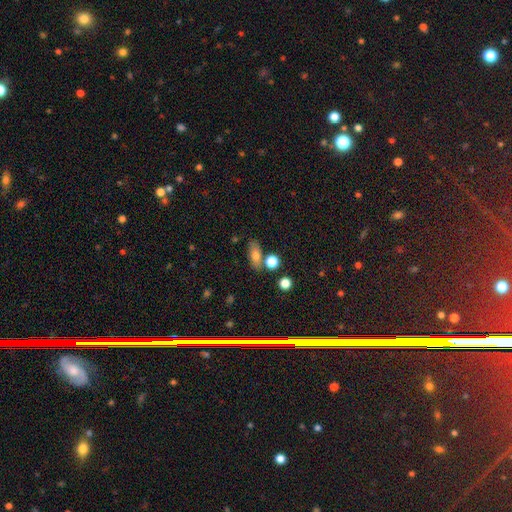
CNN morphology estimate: type=smooth (74%); roundness=in between (73%); merging=none (68%).